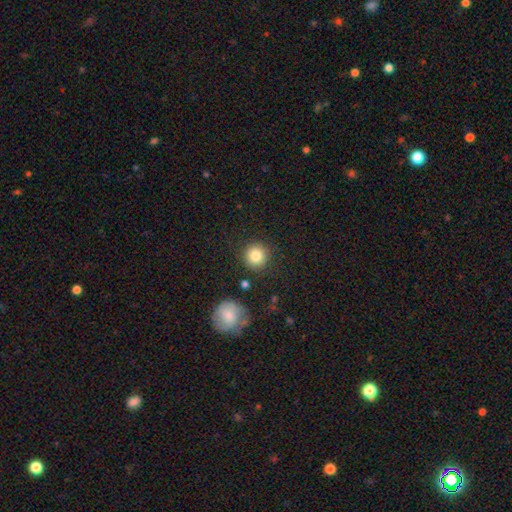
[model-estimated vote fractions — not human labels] smooth 84%, star or artifact 10%, featured or disk 7%. Down the decision tree: how rounded — round (93%); merging — none (86%).